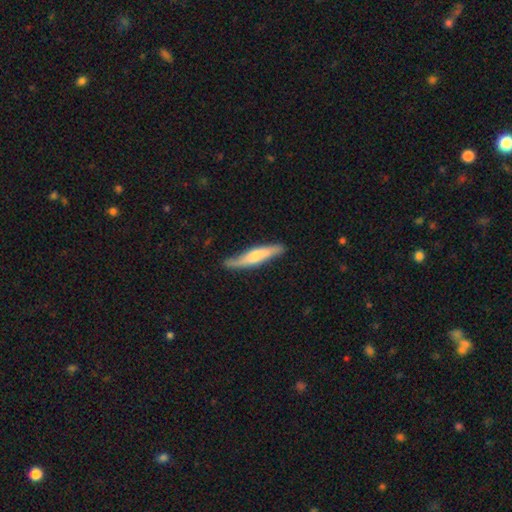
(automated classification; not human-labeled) Smooth or featured: featured or disk — 48% (tied with smooth — 48%)
Merging: none — 79% (minor disturbance — 16%)